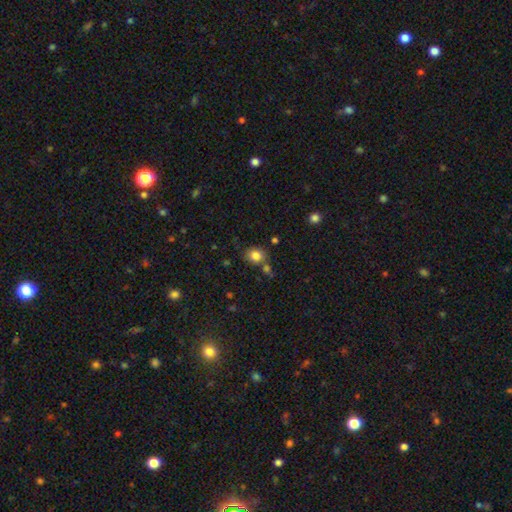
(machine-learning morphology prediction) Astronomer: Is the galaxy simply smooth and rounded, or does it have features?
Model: smooth — 82%.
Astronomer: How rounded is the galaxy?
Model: round — 62%.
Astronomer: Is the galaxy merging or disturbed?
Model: none — 68%.